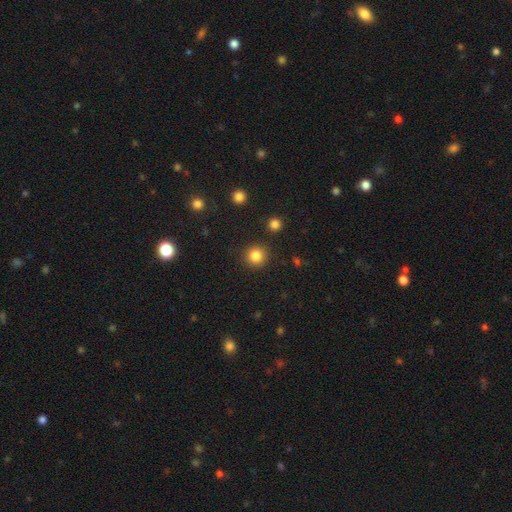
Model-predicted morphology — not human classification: This appears to be a smooth galaxy with no disk features (84%) that is round (93%). Merging: none (89%).